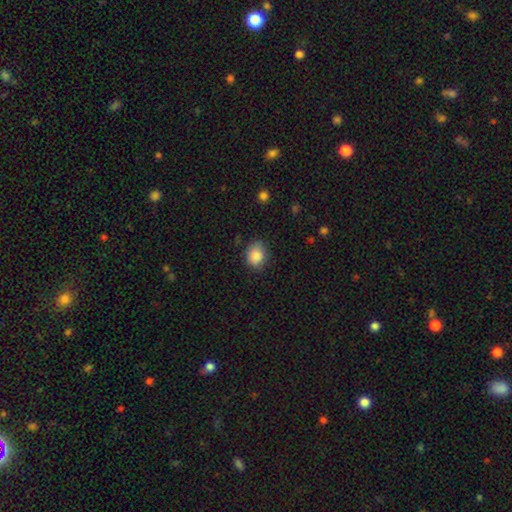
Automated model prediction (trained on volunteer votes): smooth_or_featured: smooth (p=0.87) [alt: star or artifact p=0.09]
how_rounded: round (p=0.56) [alt: in between p=0.44]
merging: none (p=0.72) [alt: minor disturbance p=0.22]